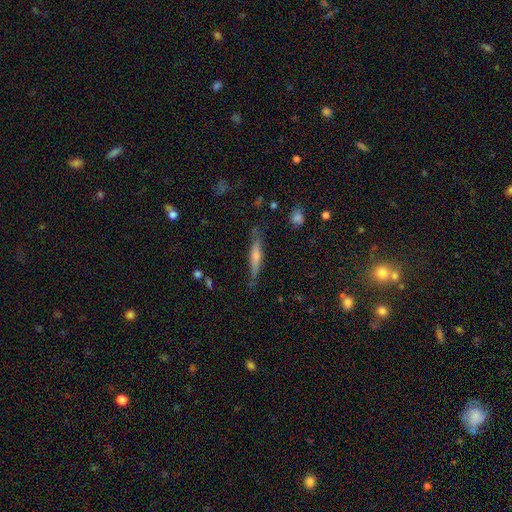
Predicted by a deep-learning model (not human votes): Morphology: type=featured or disk (48%); merging=none (79%).